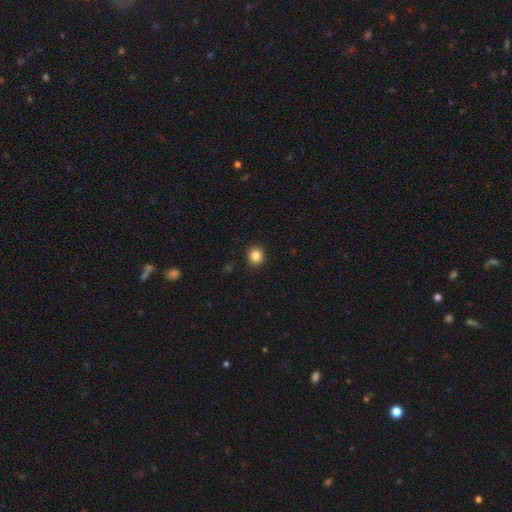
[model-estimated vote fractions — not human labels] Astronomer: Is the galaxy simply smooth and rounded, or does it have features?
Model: smooth — 85%.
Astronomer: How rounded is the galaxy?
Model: round — 78%.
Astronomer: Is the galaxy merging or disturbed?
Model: none — 92%.